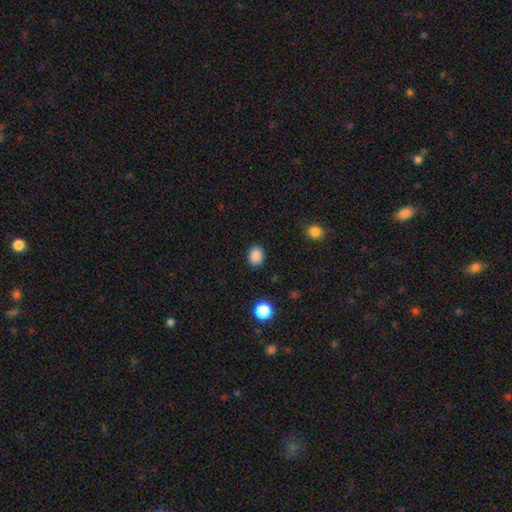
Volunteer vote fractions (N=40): Morphology: type=smooth (85%); roundness=round (53%); merging=none (83%).